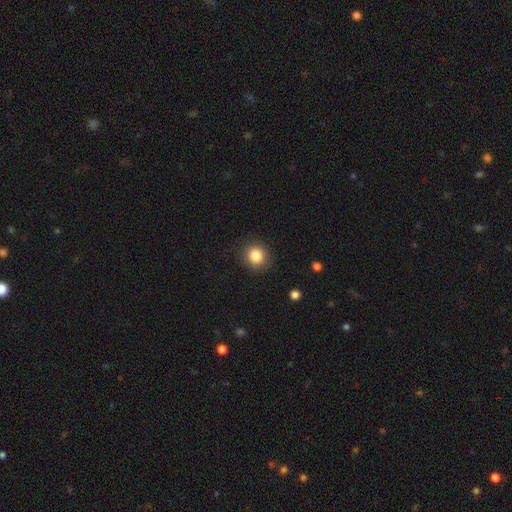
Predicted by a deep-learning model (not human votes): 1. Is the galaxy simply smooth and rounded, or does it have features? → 85% smooth, 10% star or artifact, 5% featured or disk.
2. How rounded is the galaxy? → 88% round, 11% in between, 1% cigar-shaped.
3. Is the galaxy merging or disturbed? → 89% none, 8% minor disturbance, 3% major disturbance, 1% merger.